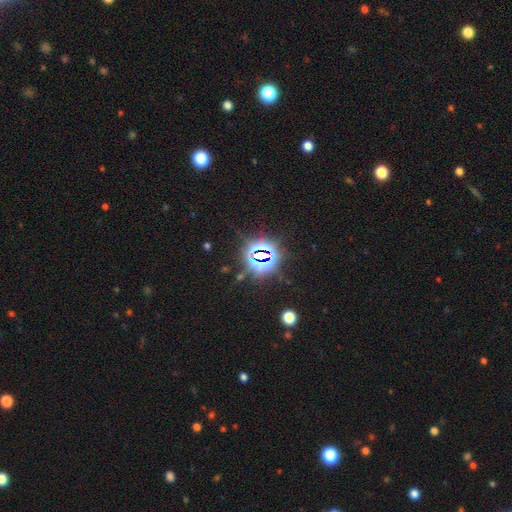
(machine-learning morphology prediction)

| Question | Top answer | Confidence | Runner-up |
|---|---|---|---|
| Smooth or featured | star or artifact | 82% | smooth (11%) |